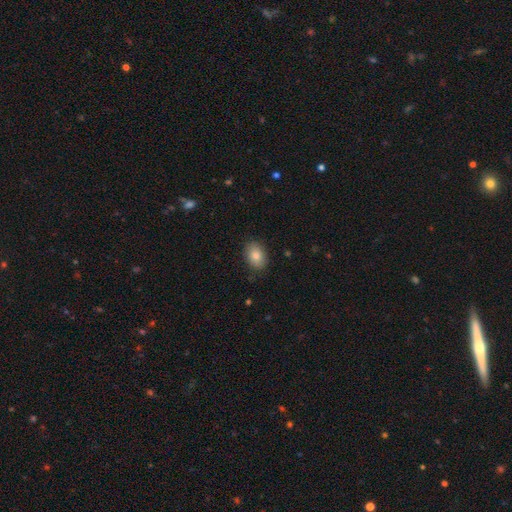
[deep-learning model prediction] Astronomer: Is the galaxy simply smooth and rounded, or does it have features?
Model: smooth — 83%.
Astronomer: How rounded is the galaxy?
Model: in between — 80%.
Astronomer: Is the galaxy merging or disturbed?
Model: none — 86%.